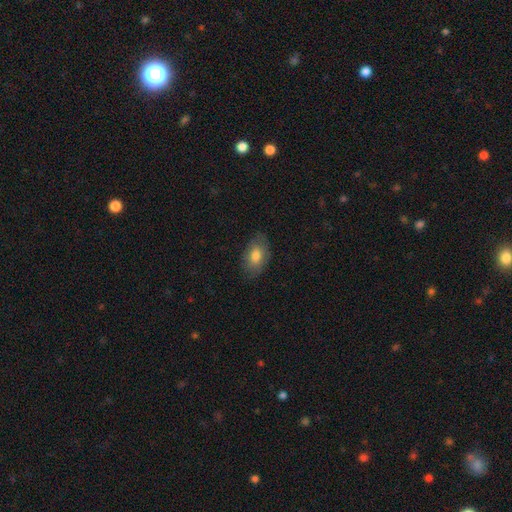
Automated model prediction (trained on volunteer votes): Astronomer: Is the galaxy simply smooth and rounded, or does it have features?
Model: smooth — 78%.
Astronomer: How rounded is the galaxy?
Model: in between — 91%.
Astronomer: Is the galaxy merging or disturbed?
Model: none — 76%.